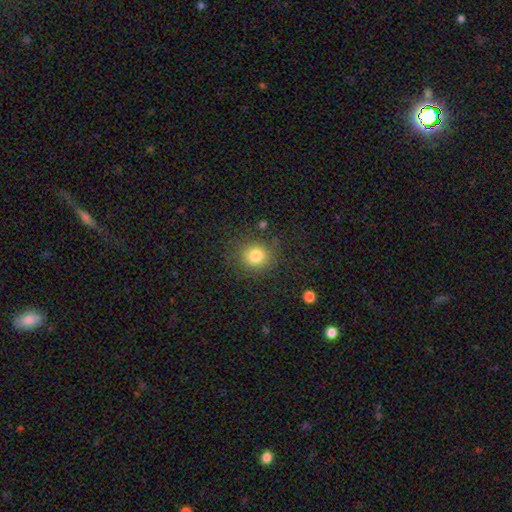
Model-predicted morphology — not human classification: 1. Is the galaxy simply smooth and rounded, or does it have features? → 81% smooth, 12% star or artifact, 7% featured or disk.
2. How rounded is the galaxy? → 86% round, 13% in between, 1% cigar-shaped.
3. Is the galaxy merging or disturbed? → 83% none, 10% minor disturbance, 4% major disturbance, 2% merger.